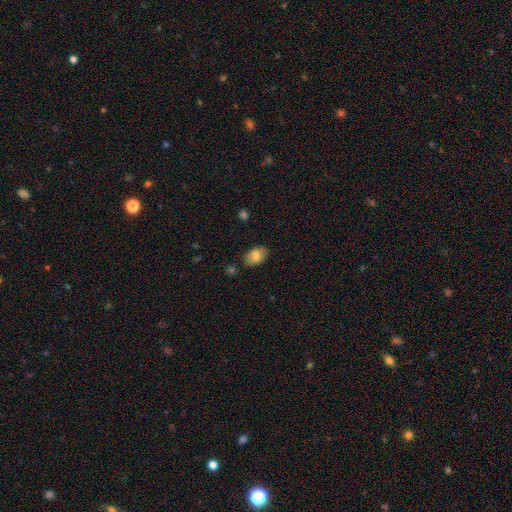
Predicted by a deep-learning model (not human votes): The model was most divided on "smooth or featured": smooth: 78%, featured or disk: 15%, star or artifact: 8%. More confident: how rounded — in between (91%); merging — none (82%).